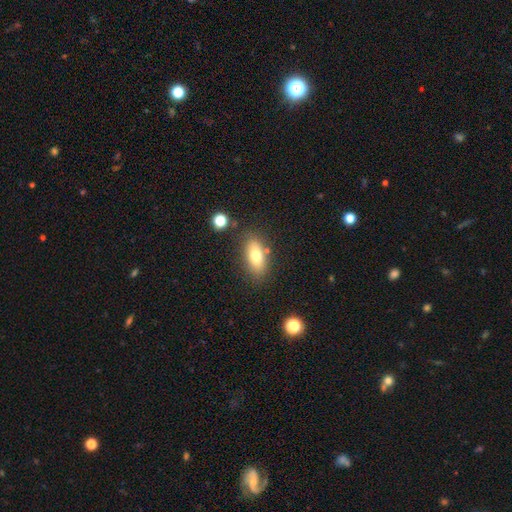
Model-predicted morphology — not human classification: Smooth or featured?
  - smooth: 72% *
  - featured or disk: 19%
  - star or artifact: 9%
How rounded?
  - in between: 84% *
  - cigar-shaped: 10%
  - round: 6%
Merging?
  - none: 79% *
  - minor disturbance: 12%
  - merger: 5%
  - major disturbance: 4%